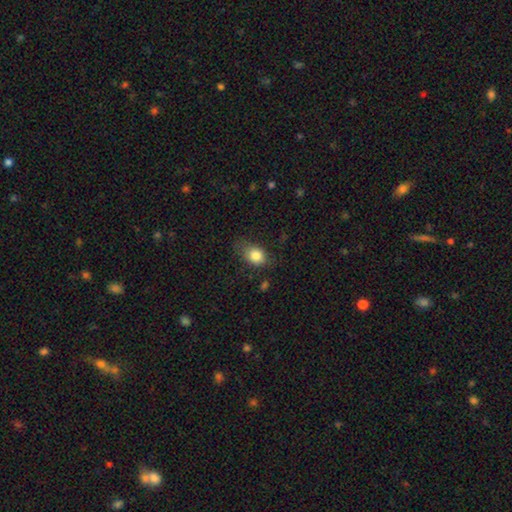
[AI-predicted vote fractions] Overall: smooth (83%). How rounded: in between (67%; round 31%). Merging: none (62%; minor disturbance 26%).